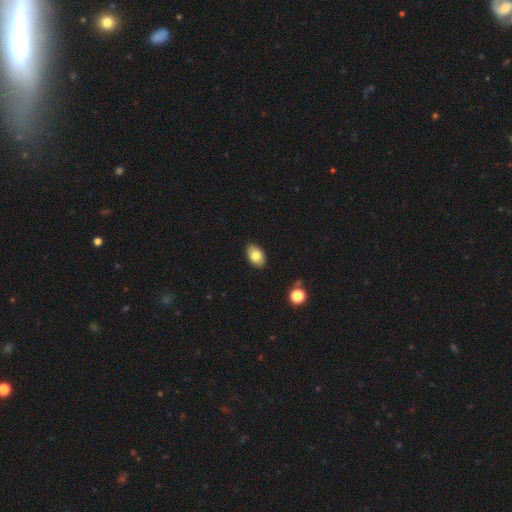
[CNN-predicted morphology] A smooth galaxy with no disk features (80%) that is in between round and cigar-shaped (89%).

Vote fractions:
- Smooth or featured? smooth: 80% / featured or disk: 12% / star or artifact: 8%
- How rounded? in between: 89% / round: 10% / cigar-shaped: 1%
- Merging? none: 87% / minor disturbance: 10% / major disturbance: 2% / merger: 1%